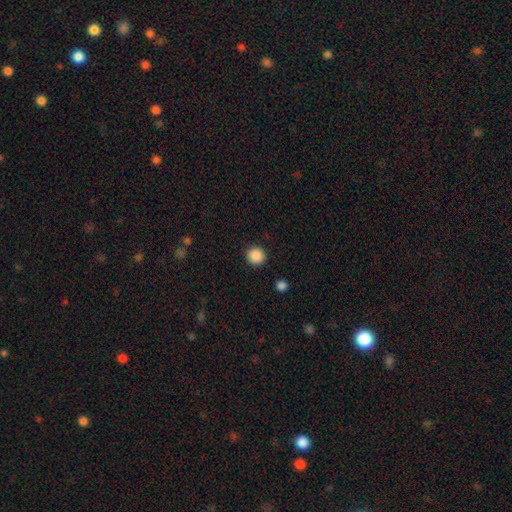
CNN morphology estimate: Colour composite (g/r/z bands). It shows a smooth galaxy with no disk features (88%) that is round (91%). Merging: none (92%).